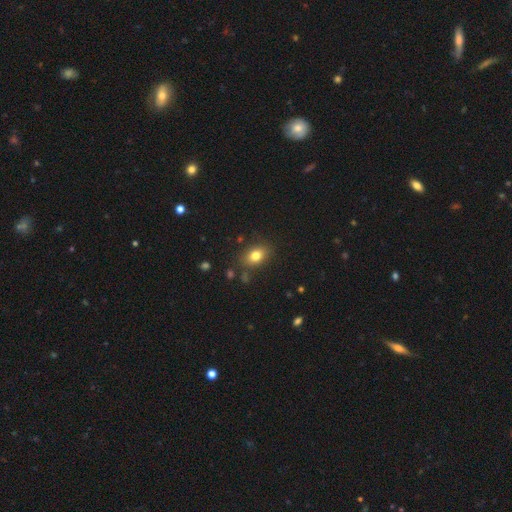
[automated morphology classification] smooth 78%, star or artifact 11%, featured or disk 11%. Down the decision tree: how rounded — in between (73%); merging — none (82%).